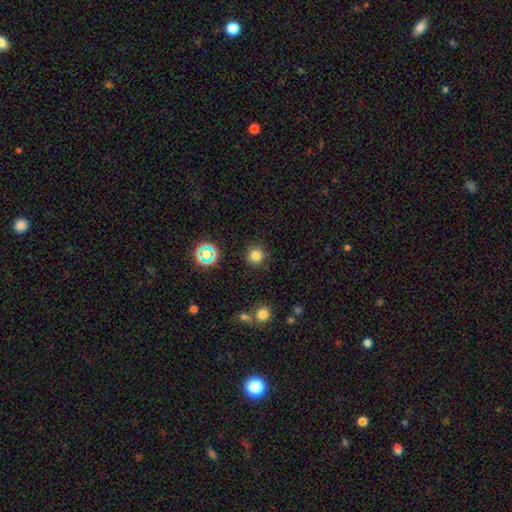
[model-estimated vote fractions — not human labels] Smooth or featured: smooth — 78% (star or artifact — 17%)
How rounded: round — 94% (in between — 5%)
Merging: none — 88% (minor disturbance — 7%)